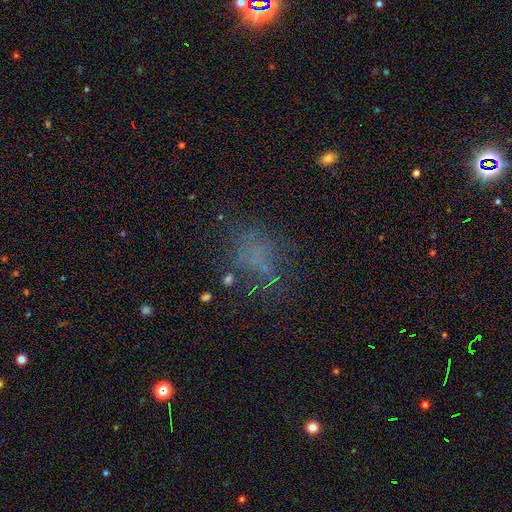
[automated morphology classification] smooth_or_featured: smooth (p=0.41) [alt: featured or disk p=0.31]
merging: none (p=0.55) [alt: major disturbance p=0.23]